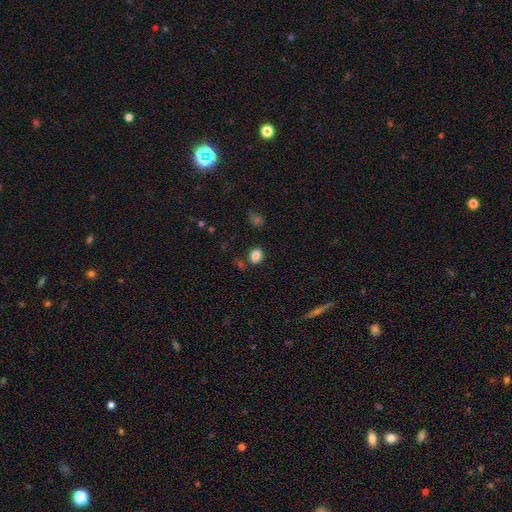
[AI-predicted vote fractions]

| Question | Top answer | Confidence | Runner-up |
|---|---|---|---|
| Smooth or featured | smooth | 84% | star or artifact (10%) |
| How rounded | in between | 57% | round (42%) |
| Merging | none | 80% | minor disturbance (11%) |